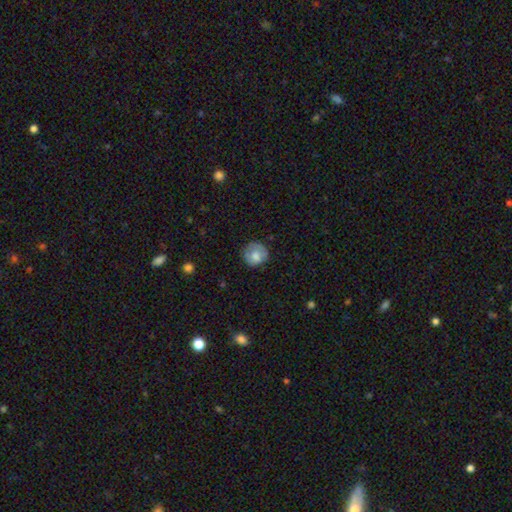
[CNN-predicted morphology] A smooth galaxy with no disk features (70%) that is round (87%). Merging: none (72%).